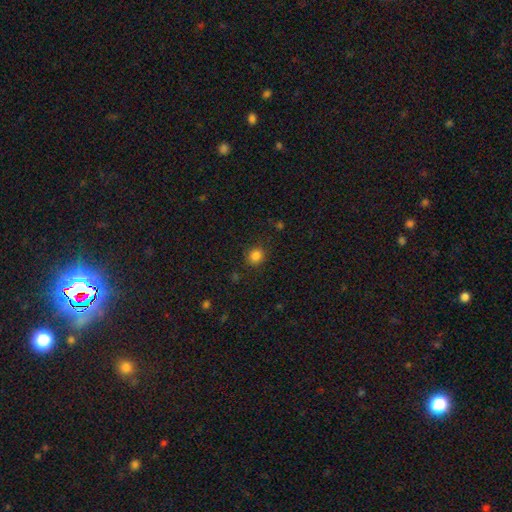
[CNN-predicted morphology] smooth_or_featured: smooth (p=0.84) [alt: star or artifact p=0.12]
how_rounded: round (p=0.82) [alt: in between p=0.17]
merging: none (p=0.87) [alt: minor disturbance p=0.09]